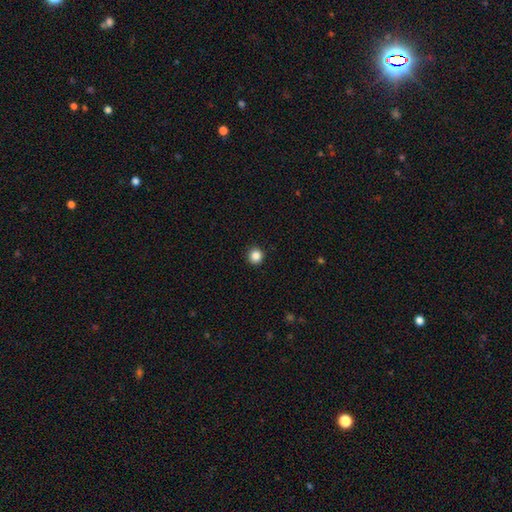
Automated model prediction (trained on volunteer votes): A smooth galaxy with no disk features (86%) that is round (95%). Merging: none (93%).